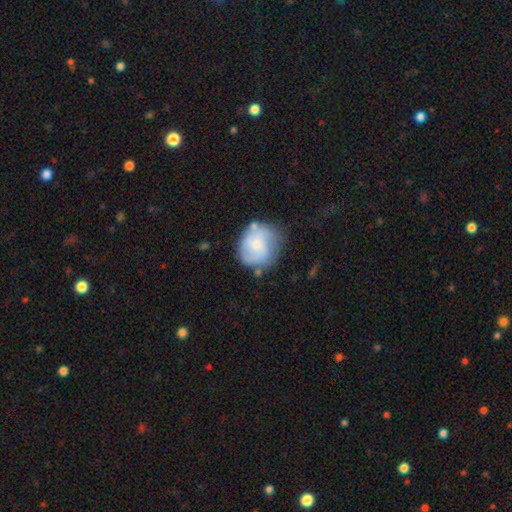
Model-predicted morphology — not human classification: A smooth galaxy with no disk features (50%).

Vote fractions:
- Smooth or featured? smooth: 50% / featured or disk: 43% / star or artifact: 7%
- Merging? none: 57% / minor disturbance: 25% / major disturbance: 11% / merger: 7%